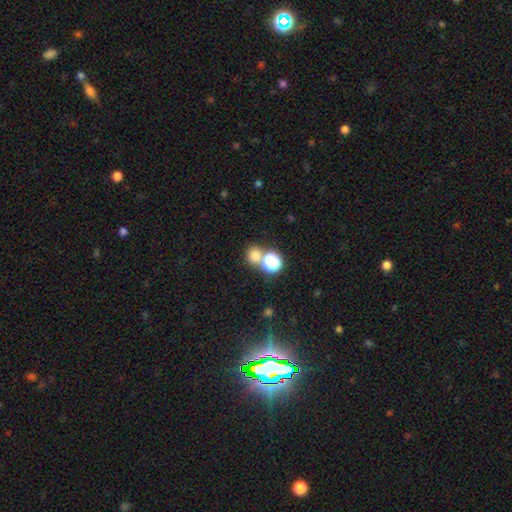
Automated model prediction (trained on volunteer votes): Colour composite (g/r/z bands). It shows a smooth galaxy with no disk features (72%) that is round (84%). Merging: none (58%).